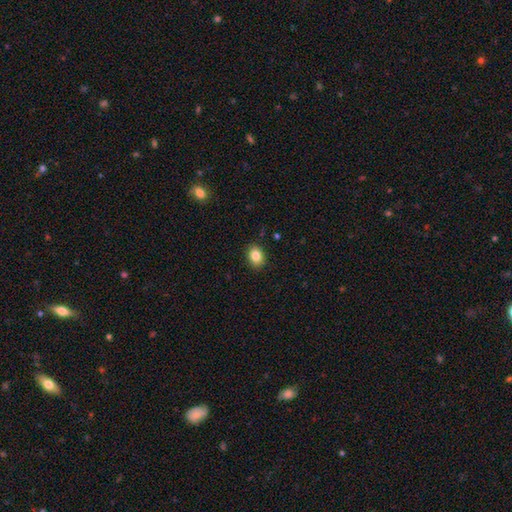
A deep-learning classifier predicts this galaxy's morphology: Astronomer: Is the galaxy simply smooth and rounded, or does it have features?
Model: smooth — 85%.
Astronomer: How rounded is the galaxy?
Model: in between — 62%.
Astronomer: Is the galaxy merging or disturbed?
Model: none — 88%.